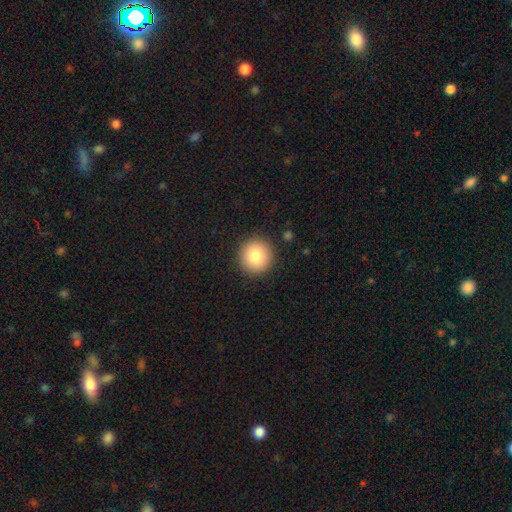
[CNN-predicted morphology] This is clearly a smooth galaxy (84%). How rounded: clearly round (95%). Merging: clearly none (91%).